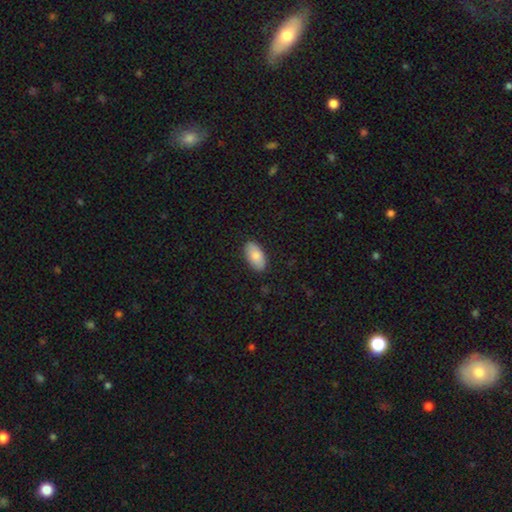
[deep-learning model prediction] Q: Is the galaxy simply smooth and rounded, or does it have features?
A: smooth — 82%.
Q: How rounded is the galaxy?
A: in between — 95%.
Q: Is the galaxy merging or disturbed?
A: none — 88%.